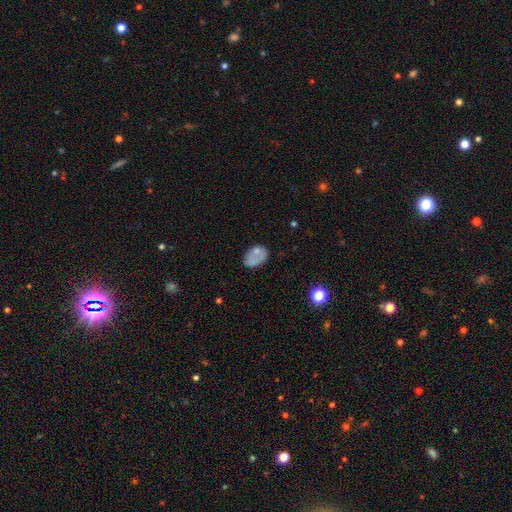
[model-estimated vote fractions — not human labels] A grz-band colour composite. It shows a smooth galaxy with no disk features (69%) that is in between round and cigar-shaped (84%). Merging: none (51%).